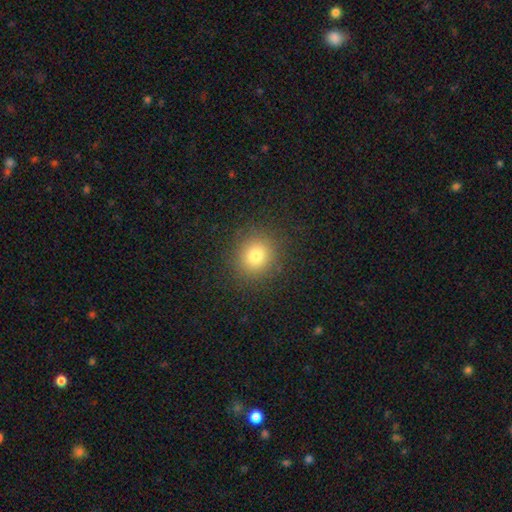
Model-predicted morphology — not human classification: Smooth or featured? smooth (79%)
How rounded? round (86%)
Merging? none (89%)